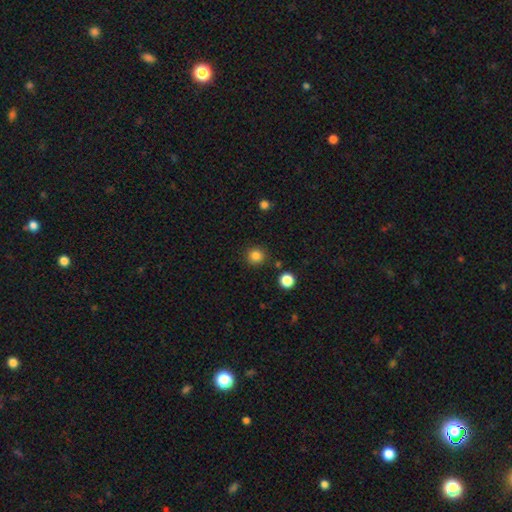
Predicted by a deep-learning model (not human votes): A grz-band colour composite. It shows a smooth galaxy with no disk features (84%) that is round (93%). Merging: none (88%).